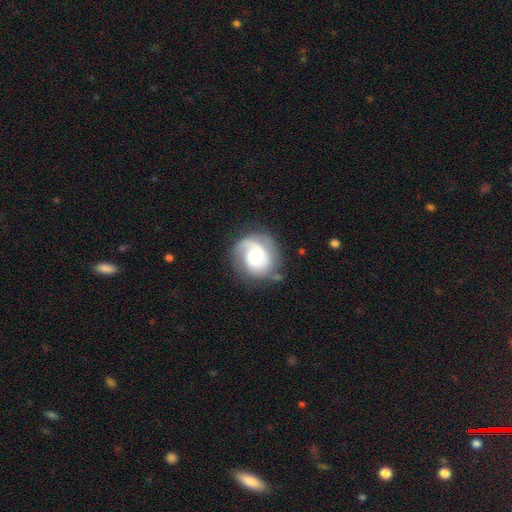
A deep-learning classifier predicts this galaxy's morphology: A featured or disk galaxy (68%) with no bar (59%), 2 (51%) medium (42%) spiral arms (92%) and a moderate central bulge (46%).

Vote fractions:
- Smooth or featured? featured or disk: 68% / smooth: 25% / star or artifact: 7%
- Edge-on disk? no: 98% / yes: 2%
- Bar? no: 59% / weak: 34% / strong: 7%
- Spiral arms? yes: 92% / no: 8%
- Spiral winding? medium: 42% / tight: 35% / loose: 24%
- Spiral arm count? 2: 51% / 1: 32% / can't tell: 9% / 3: 4% / 4: 1% / more than 4: 1%
- Bulge size? moderate: 46% / small: 29% / large: 18% / dominant: 4% / none: 3%
- Merging? none: 67% / minor disturbance: 19% / major disturbance: 12% / merger: 3%